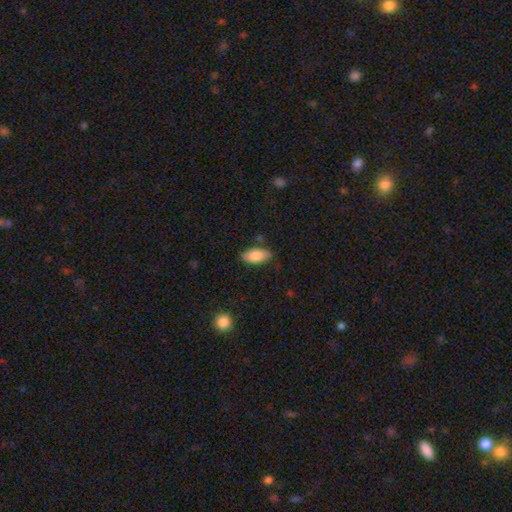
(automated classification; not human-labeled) smooth_or_featured: smooth (p=0.84) [alt: featured or disk p=0.10]
how_rounded: in between (p=0.90) [alt: cigar-shaped p=0.07]
merging: none (p=0.79) [alt: minor disturbance p=0.15]